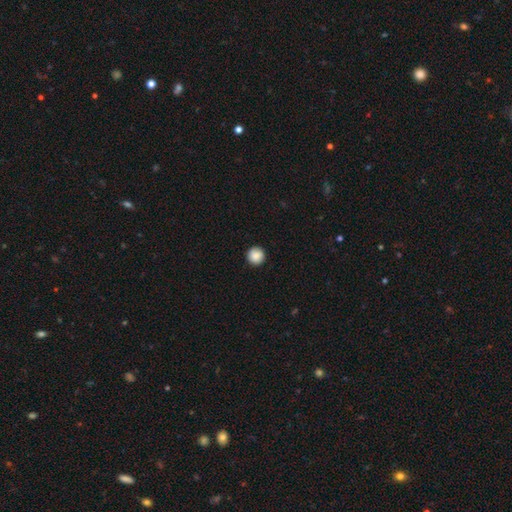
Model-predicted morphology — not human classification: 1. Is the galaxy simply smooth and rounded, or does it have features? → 88% smooth, 8% star or artifact, 4% featured or disk.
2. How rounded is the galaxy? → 95% round, 4% in between, 1% cigar-shaped.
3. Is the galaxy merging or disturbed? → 90% none, 7% minor disturbance, 2% major disturbance, 1% merger.